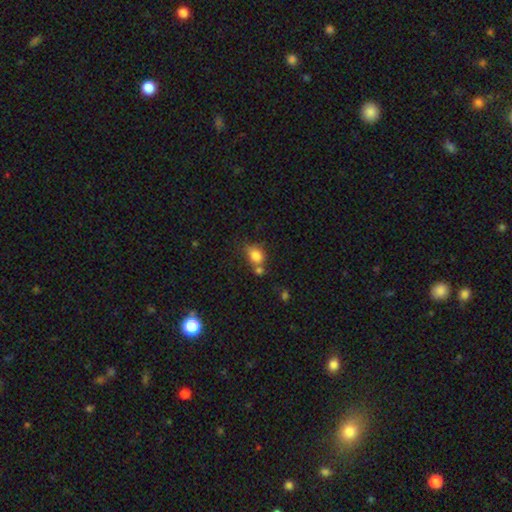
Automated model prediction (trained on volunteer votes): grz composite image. It shows a smooth galaxy with no disk features (82%) that is in between round and cigar-shaped (54%). Merging: none (45%).